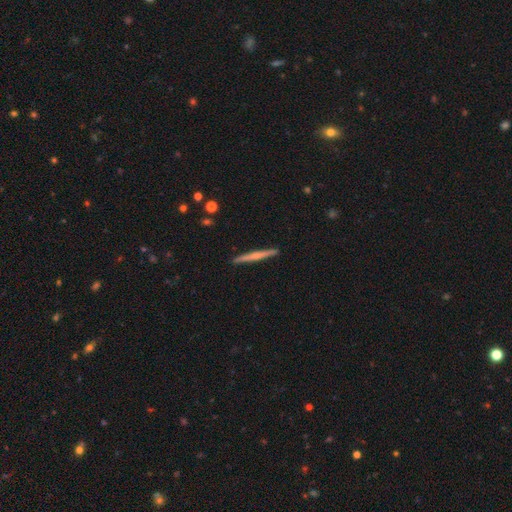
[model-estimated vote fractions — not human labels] Morphology: type=featured or disk (47%, tied with smooth); merging=none (92%).